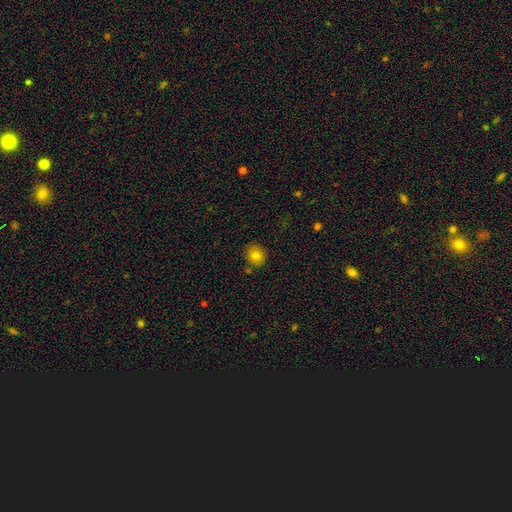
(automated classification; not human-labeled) This appears to be a smooth galaxy with no disk features (79%) that is round (80%). Merging: none (83%).